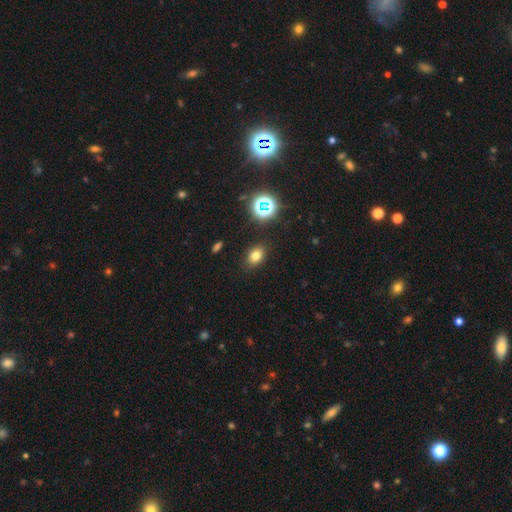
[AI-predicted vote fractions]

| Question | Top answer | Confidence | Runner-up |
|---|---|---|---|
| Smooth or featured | smooth | 73% | star or artifact (18%) |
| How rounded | in between | 70% | round (28%) |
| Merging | none | 86% | minor disturbance (9%) |